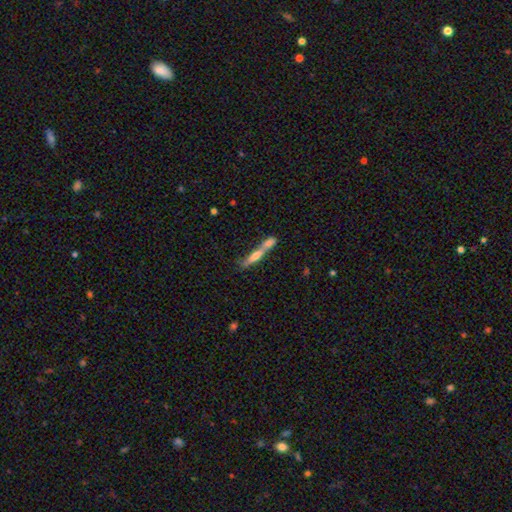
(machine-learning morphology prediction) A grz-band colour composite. It shows a smooth galaxy with no disk features (51%) that is cigar-shaped (84%). Merging: merger (50%).